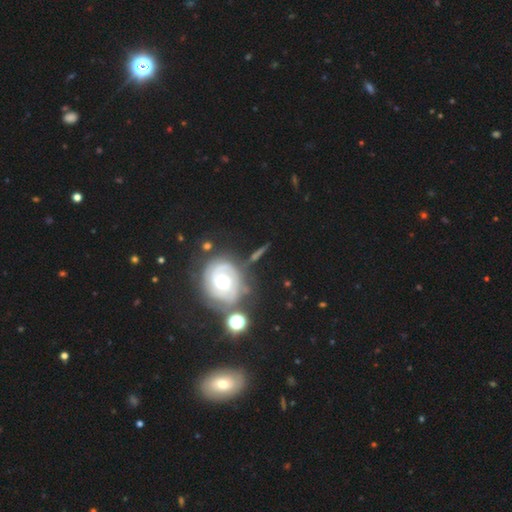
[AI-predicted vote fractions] Smooth or featured?
  - featured or disk: 69% *
  - smooth: 18%
  - star or artifact: 13%
Edge-on disk?
  - no: 94% *
  - yes: 6%
Bar?
  - no: 67% *
  - weak: 24%
  - strong: 9%
Spiral arms?
  - yes: 87% *
  - no: 13%
Spiral winding?
  - tight: 71% *
  - medium: 21%
  - loose: 7%
Spiral arm count?
  - 2: 46% *
  - can't tell: 27%
  - 3: 11%
  - 1: 7%
  - 4: 5%
  - more than 4: 4%
Bulge size?
  - moderate: 58% *
  - small: 23%
  - large: 13%
  - none: 3%
  - dominant: 3%
Merging?
  - none: 66% *
  - minor disturbance: 17%
  - major disturbance: 9%
  - merger: 8%